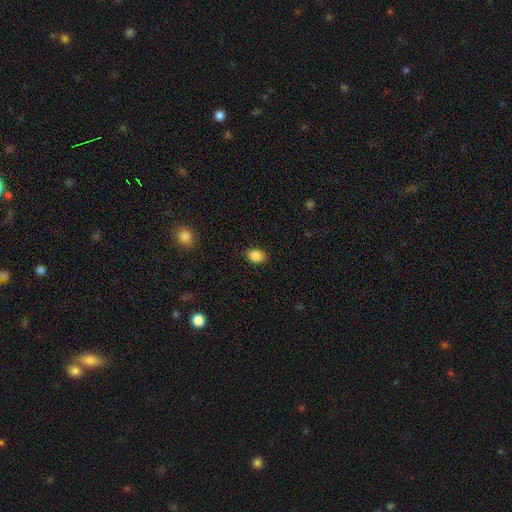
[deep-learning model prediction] Morphology: type=smooth (87%); roundness=in between (71%); merging=none (85%).